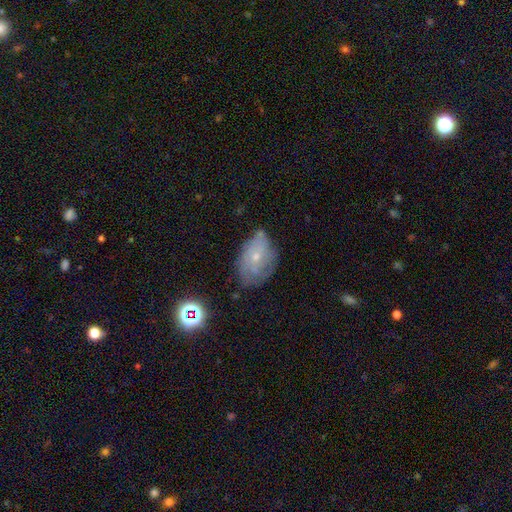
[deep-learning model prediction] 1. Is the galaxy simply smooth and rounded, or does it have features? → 60% featured or disk, 28% smooth, 11% star or artifact.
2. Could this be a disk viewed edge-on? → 95% no, 5% yes.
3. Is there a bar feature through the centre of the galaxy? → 80% no, 18% weak, 3% strong.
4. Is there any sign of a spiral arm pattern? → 75% yes, 25% no.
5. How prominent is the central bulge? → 71% small, 25% moderate, 2% none, 1% large, 1% dominant.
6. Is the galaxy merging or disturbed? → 58% none, 28% minor disturbance, 10% major disturbance, 3% merger.